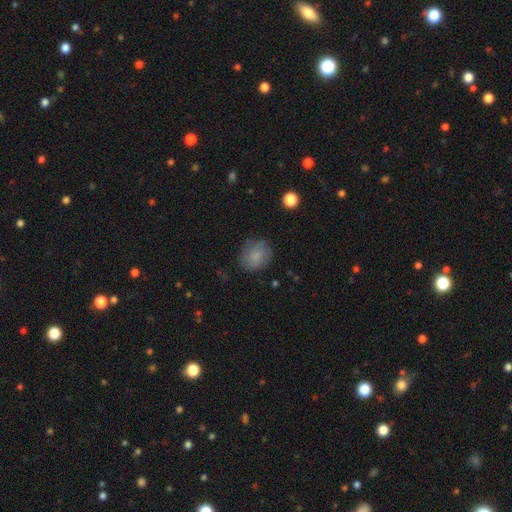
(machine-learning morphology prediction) type=smooth (79%); roundness=round (70%); merging=none (74%).